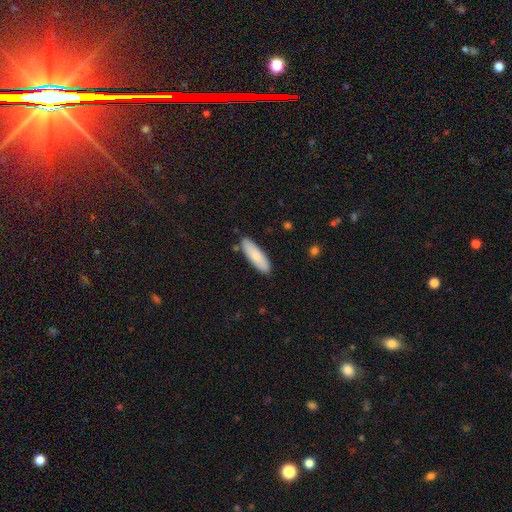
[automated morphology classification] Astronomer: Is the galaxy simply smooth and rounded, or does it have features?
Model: smooth — 78%.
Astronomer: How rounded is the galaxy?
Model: cigar-shaped — 50% (runner-up: in between, 49%).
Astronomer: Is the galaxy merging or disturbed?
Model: none — 86%.